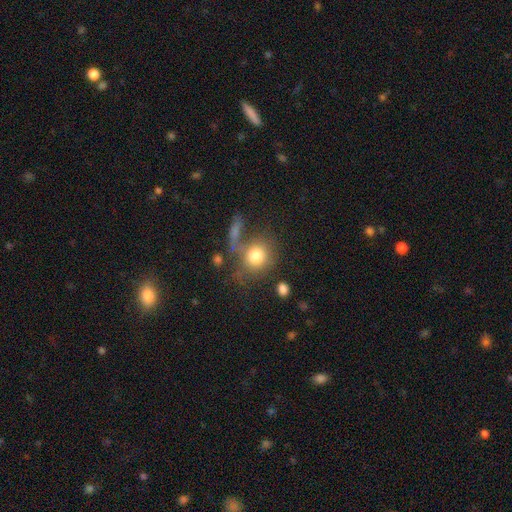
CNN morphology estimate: This is likely a smooth galaxy (78%). How rounded: likely round (77%). Merging: possibly none (50%).